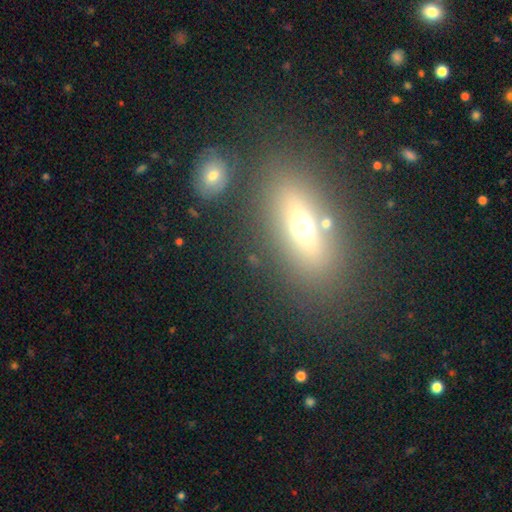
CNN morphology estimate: A smooth galaxy with no disk features (49%). Merging: none (76%).